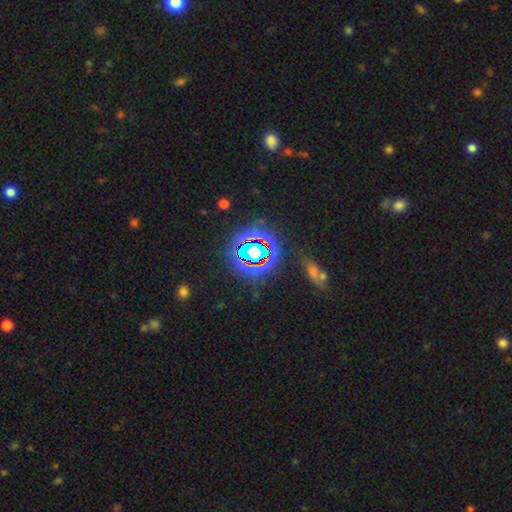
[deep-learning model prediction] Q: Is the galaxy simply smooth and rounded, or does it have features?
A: star or artifact — 72%.